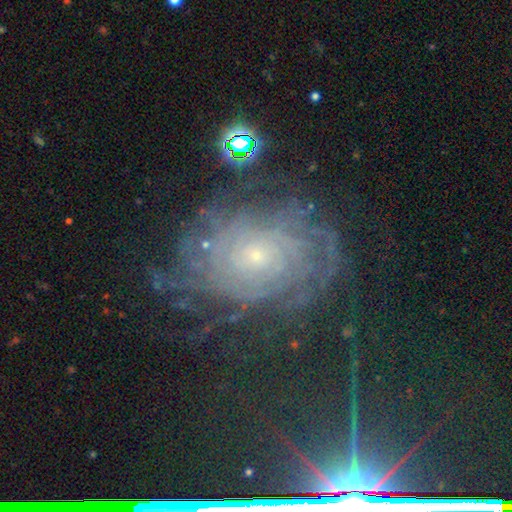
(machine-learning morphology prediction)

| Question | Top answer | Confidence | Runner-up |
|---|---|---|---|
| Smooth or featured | featured or disk | 73% | star or artifact (16%) |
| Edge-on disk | no | 96% | yes (4%) |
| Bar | no | 80% | weak (15%) |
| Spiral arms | yes | 92% | no (8%) |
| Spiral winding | tight | 76% | medium (18%) |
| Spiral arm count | can't tell | 46% | more than 4 (18%) |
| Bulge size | small | 81% | moderate (14%) |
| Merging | none | 73% | minor disturbance (16%) |